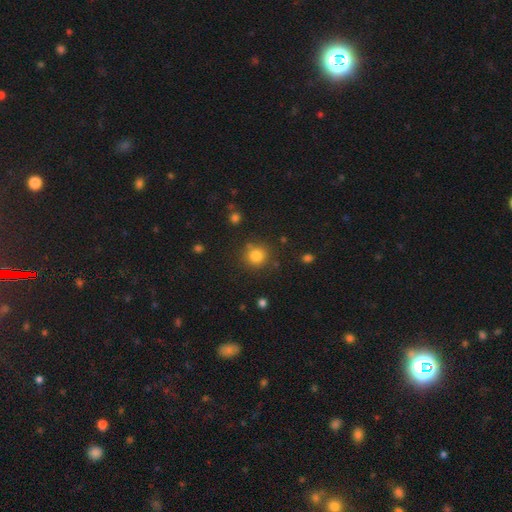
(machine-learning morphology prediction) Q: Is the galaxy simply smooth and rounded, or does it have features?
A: smooth — 82%.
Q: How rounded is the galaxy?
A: round — 92%.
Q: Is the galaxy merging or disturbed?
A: none — 83%.